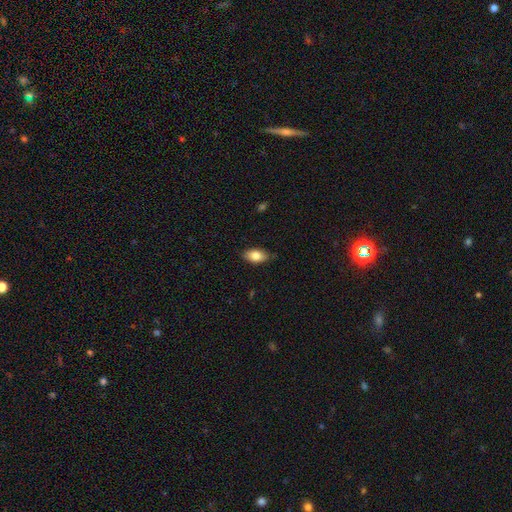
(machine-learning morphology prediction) Smooth or featured? Predicted: smooth (p=0.81). How rounded? Predicted: in between (p=0.91). Merging? Predicted: none (p=0.83).